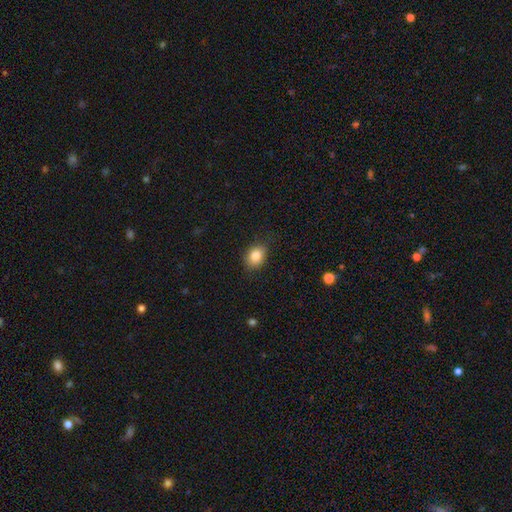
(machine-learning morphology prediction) A smooth galaxy with no disk features (85%) that is in between round and cigar-shaped (61%). Merging: none (79%).